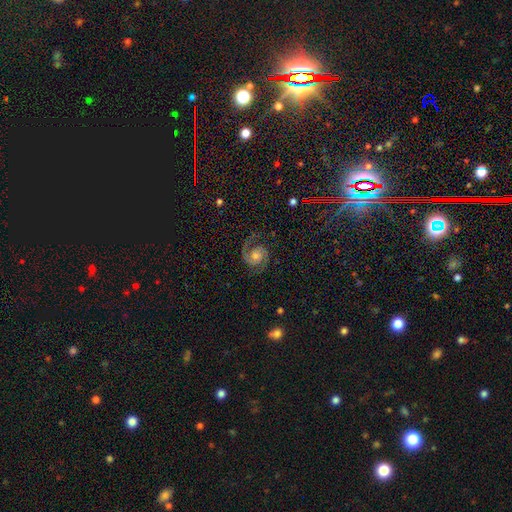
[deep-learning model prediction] smooth-or-featured: featured or disk: 89% | star or artifact: 7% | smooth: 5%
  disk-edge-on: no: 98% | yes: 2%
    bar: no: 68% | weak: 25% | strong: 6%
    has-spiral-arms: yes: 98% | no: 2%
      spiral-winding: medium: 49% | tight: 43% | loose: 8%
      spiral-arm-count: 2: 93% | can't tell: 2% | 1: 2% | 3: 2% | 4: 1% | more than 4: 1%
    bulge-size: moderate: 56% | small: 33% | large: 6% | none: 4% | dominant: 1%
  merging: none: 82% | minor disturbance: 12% | major disturbance: 5% | merger: 1%